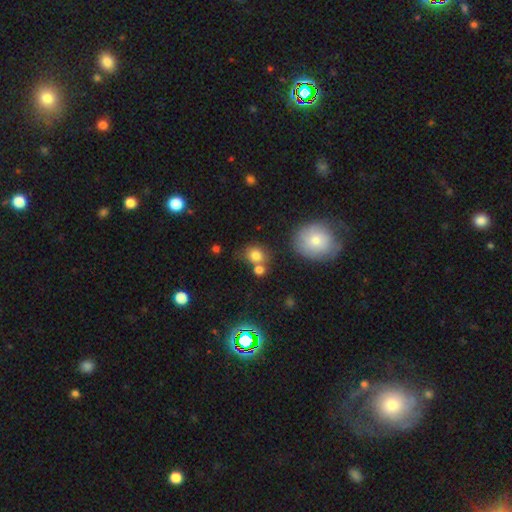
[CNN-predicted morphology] Overall: smooth (78%). How rounded: round (76%). Merging: none (58%; merger 24%).